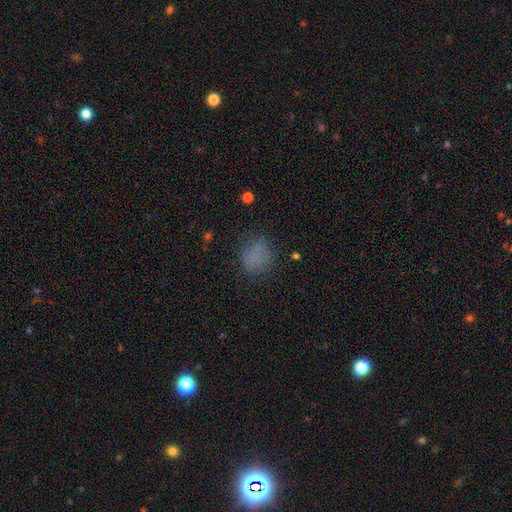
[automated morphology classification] Smooth or featured? Predicted: smooth (p=0.69). How rounded? Predicted: round (p=0.71). Merging? Predicted: none (p=0.69).